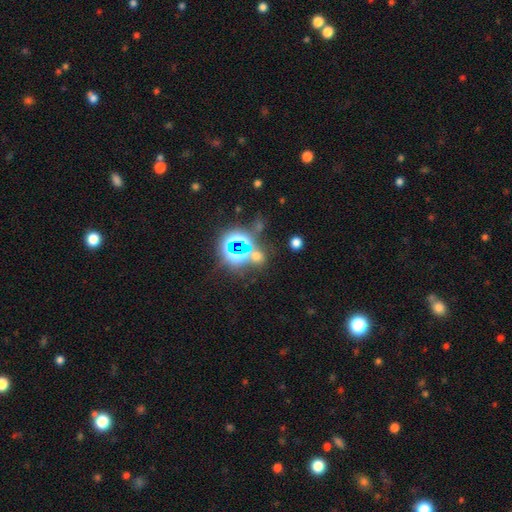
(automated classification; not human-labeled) Morphology: type=star or artifact (59%).